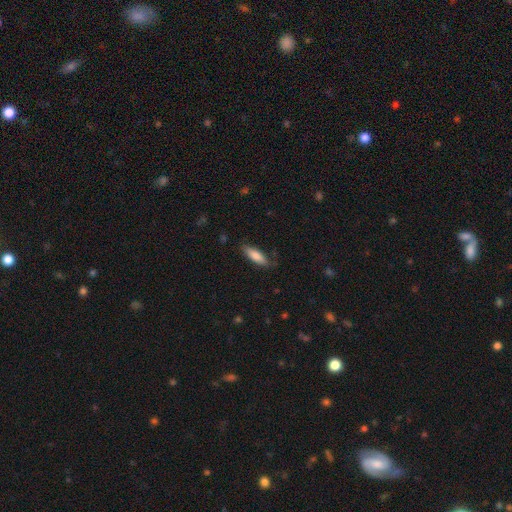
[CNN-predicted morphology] Smooth or featured? Predicted: smooth (p=0.81). How rounded? Predicted: in between (p=0.55). Merging? Predicted: none (p=0.76).